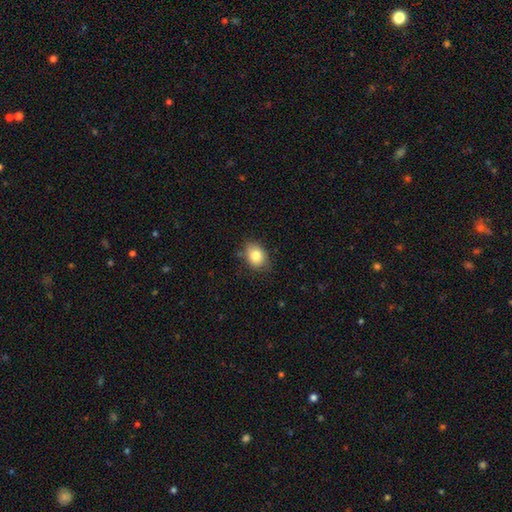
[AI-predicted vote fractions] Q: Smooth or featured?
A: smooth (82%); runner-up: star or artifact (9%)
Q: How rounded?
A: in between (66%); runner-up: round (32%)
Q: Merging?
A: none (75%); runner-up: minor disturbance (19%)